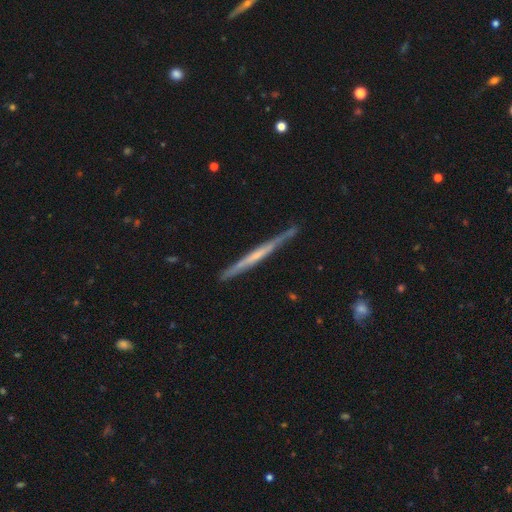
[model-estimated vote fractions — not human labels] A featured or disk galaxy (69%) viewed edge-on (97%) with no central bulge (68%). Merging: none (86%).